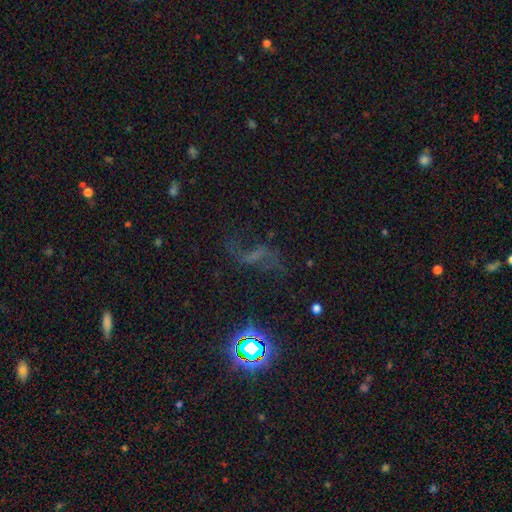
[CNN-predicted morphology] This is possibly a featured or disk galaxy (48%). Merging: possibly none (60%).